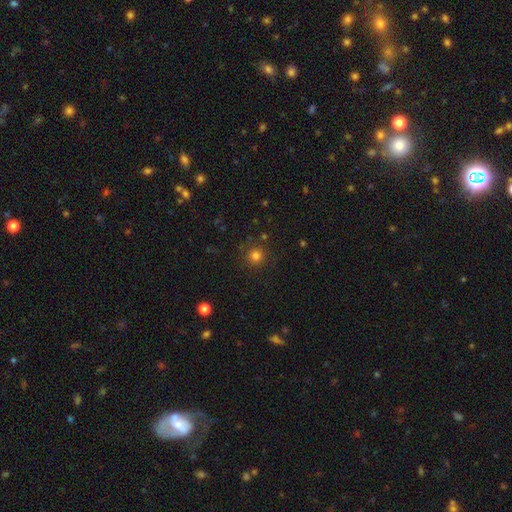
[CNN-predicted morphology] Overall: smooth (79%). How rounded: round (94%). Merging: none (87%).